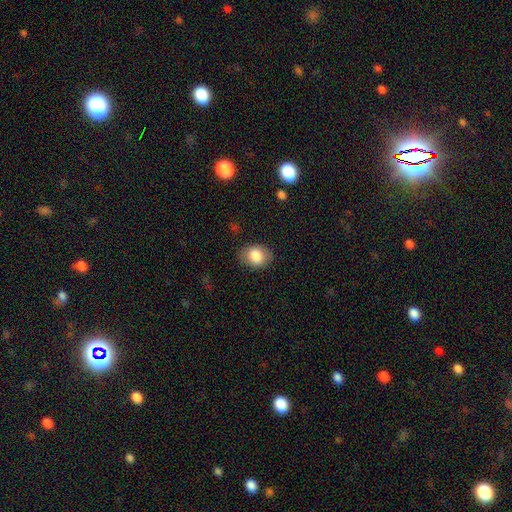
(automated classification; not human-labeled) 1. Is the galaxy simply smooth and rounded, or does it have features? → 83% smooth, 9% featured or disk, 8% star or artifact.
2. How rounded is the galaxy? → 63% in between, 36% round, 1% cigar-shaped.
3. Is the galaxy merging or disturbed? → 84% none, 12% minor disturbance, 3% major disturbance, 1% merger.